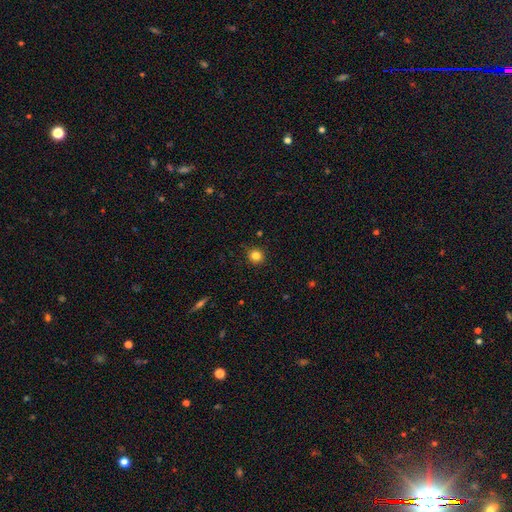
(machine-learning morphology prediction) smooth-or-featured: smooth: 83% | star or artifact: 12% | featured or disk: 5%
  how-rounded: round: 91% | in between: 8% | cigar-shaped: 1%
  merging: none: 89% | minor disturbance: 8% | major disturbance: 2% | merger: 1%